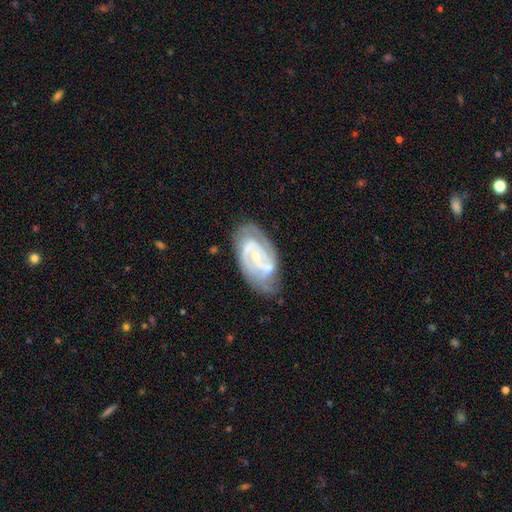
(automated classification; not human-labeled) This is clearly a featured or disk galaxy (85%). It is clearly not viewed edge-on (96%). Bar: marginally weak (43%). Spiral arm pattern: clearly yes (96%). Spiral arm count: likely 2 (72%). Spiral winding: possibly tight (50%). Central bulge: likely small (69%). Merging: likely none (70%).